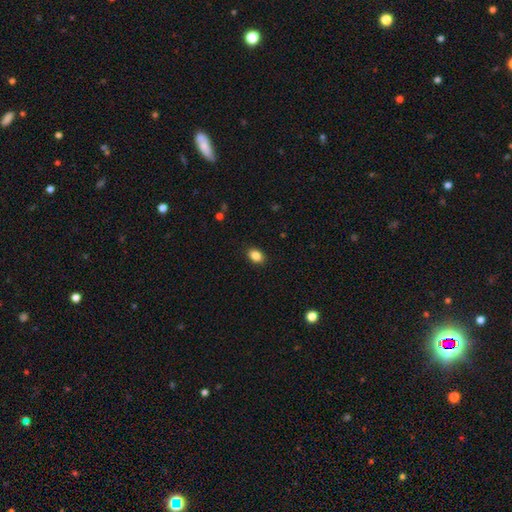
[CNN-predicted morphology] This is clearly a smooth galaxy (87%). How rounded: clearly in between (81%). Merging: clearly none (89%).